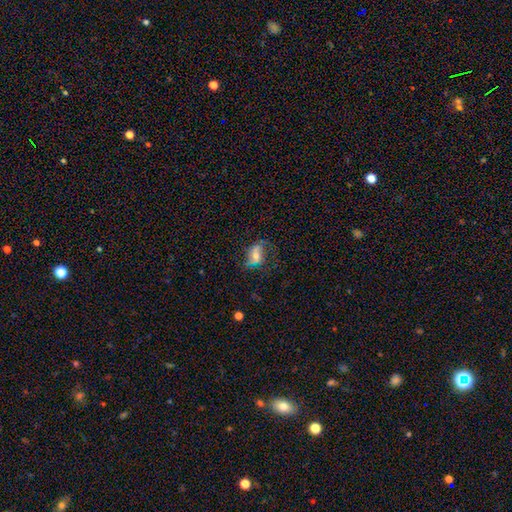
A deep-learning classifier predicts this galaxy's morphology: smooth_or_featured: featured or disk (p=0.44) [alt: smooth p=0.42]
merging: none (p=0.59) [alt: minor disturbance p=0.22]